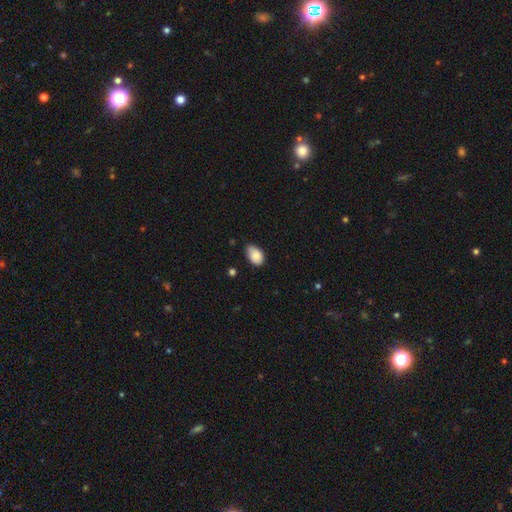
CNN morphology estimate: type=smooth (85%); roundness=in between (88%); merging=none (54%).